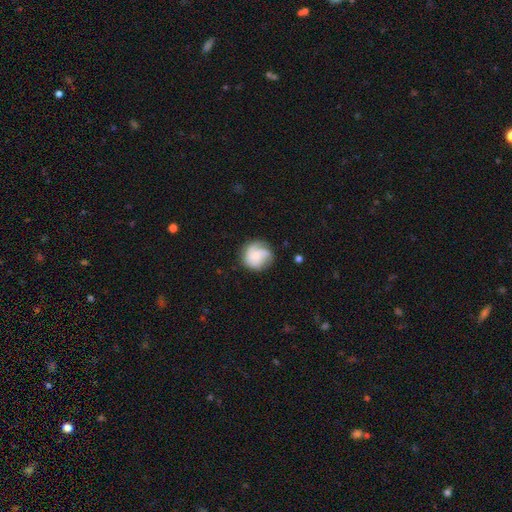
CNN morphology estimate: This is possibly a featured or disk galaxy (55%). It is clearly not viewed edge-on (98%). Bar: likely no (73%). Spiral arm pattern: clearly yes (90%). Central bulge: possibly small (49%). Merging: likely none (68%).